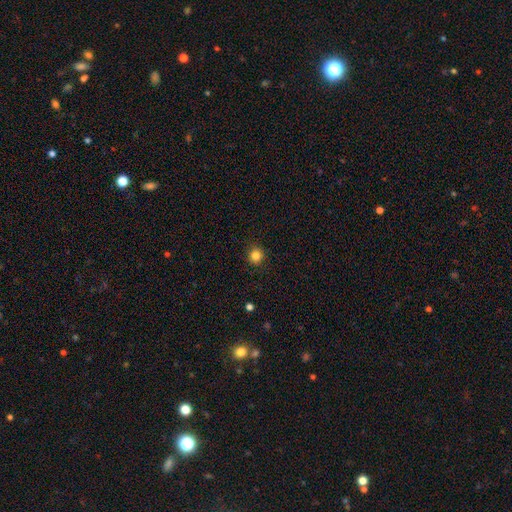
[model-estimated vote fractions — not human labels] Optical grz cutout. It shows a smooth galaxy with no disk features (84%) that is round (93%). Merging: none (92%).